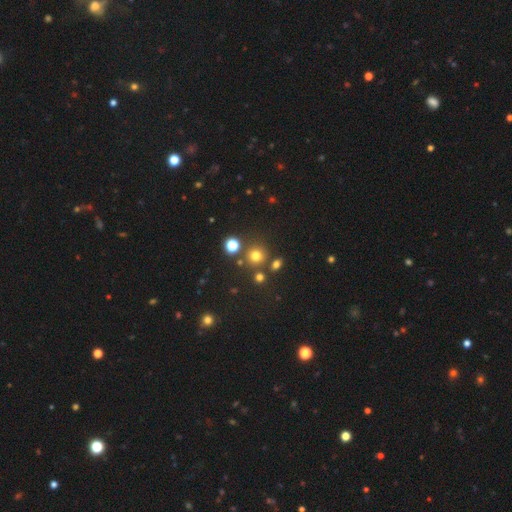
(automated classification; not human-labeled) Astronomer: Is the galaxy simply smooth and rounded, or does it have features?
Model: smooth — 72%.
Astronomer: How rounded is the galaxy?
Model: round — 91%.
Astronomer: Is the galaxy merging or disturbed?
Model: none — 79%.